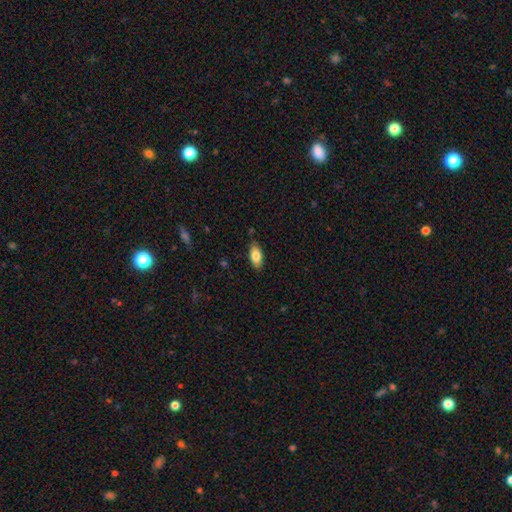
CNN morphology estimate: Smooth or featured? smooth (80%)
How rounded? in between (90%)
Merging? none (81%)